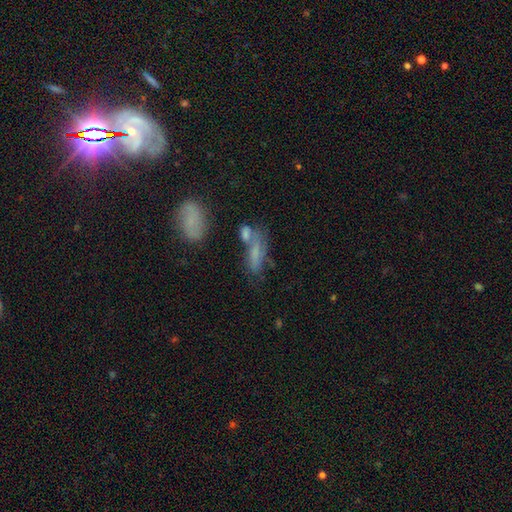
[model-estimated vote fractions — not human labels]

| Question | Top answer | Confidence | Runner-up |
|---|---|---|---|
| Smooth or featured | smooth | 60% | featured or disk (27%) |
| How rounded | in between | 52% | cigar-shaped (43%) |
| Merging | none | 35% | tied: merger (35%) |